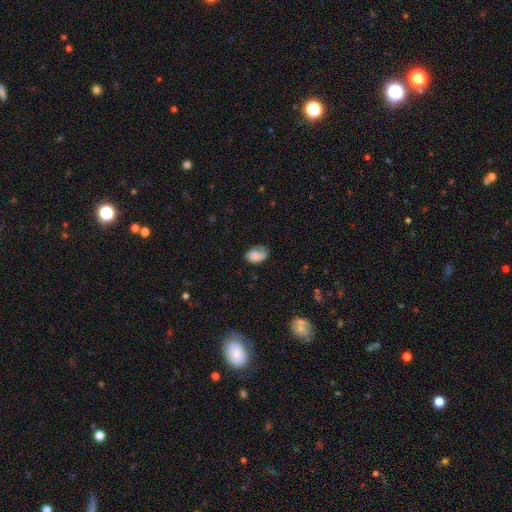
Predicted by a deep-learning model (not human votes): A smooth galaxy with no disk features (74%) that is in between round and cigar-shaped (85%). Merging: none (49%).